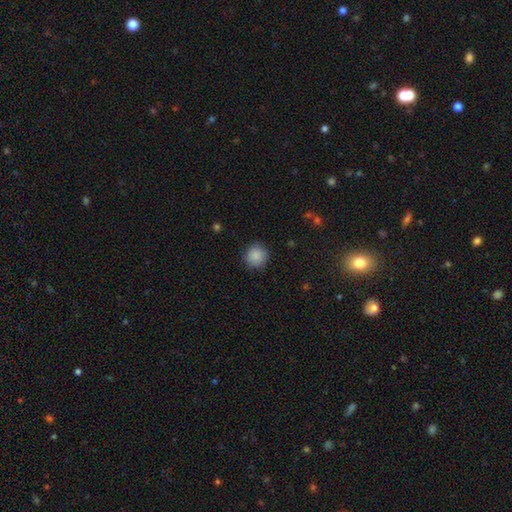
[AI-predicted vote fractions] A smooth galaxy with no disk features (88%) that is round (93%).

Vote fractions:
- Smooth or featured? smooth: 88% / star or artifact: 8% / featured or disk: 4%
- How rounded? round: 93% / in between: 6% / cigar-shaped: 1%
- Merging? none: 87% / minor disturbance: 10% / major disturbance: 2% / merger: 1%